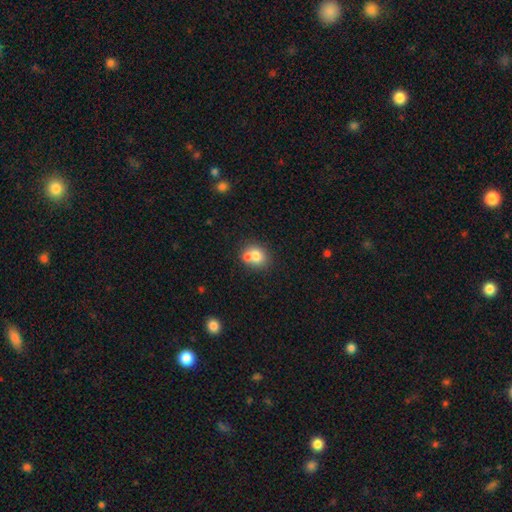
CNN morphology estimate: smooth 74%, featured or disk 16%, star or artifact 10%. Down the decision tree: how rounded — round (65%); merging — none (46%).